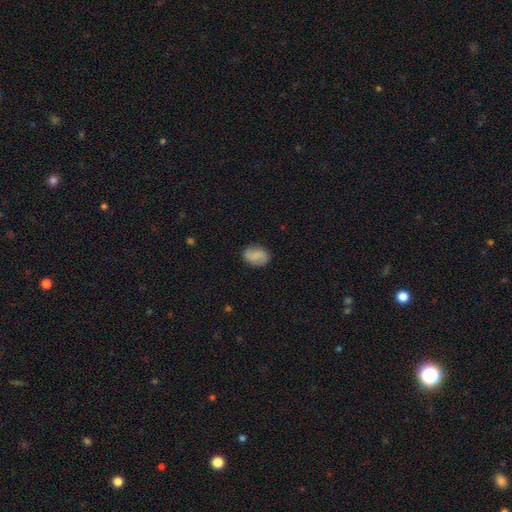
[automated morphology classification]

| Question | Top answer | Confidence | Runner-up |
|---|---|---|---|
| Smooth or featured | smooth | 70% | featured or disk (21%) |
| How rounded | in between | 78% | round (20%) |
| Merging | none | 83% | minor disturbance (13%) |